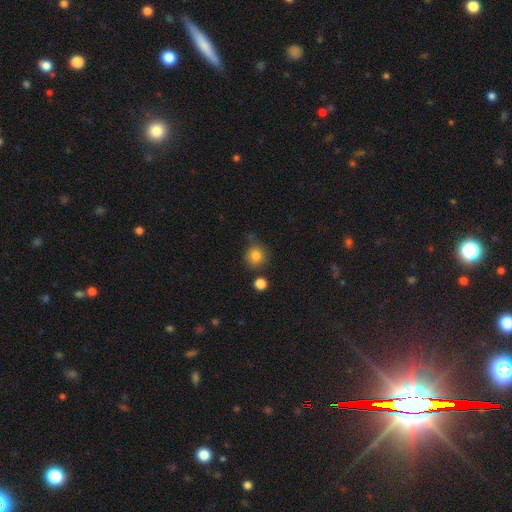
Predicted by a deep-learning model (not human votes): Smooth or featured?
  - smooth: 83% *
  - star or artifact: 11%
  - featured or disk: 6%
How rounded?
  - round: 89% *
  - in between: 10%
  - cigar-shaped: 1%
Merging?
  - none: 74% *
  - minor disturbance: 15%
  - merger: 7%
  - major disturbance: 4%